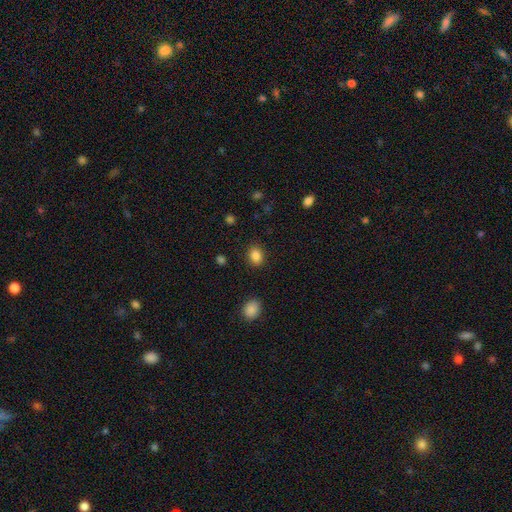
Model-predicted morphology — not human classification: A smooth galaxy with no disk features (86%) that is in between round and cigar-shaped (51%). Merging: none (87%).